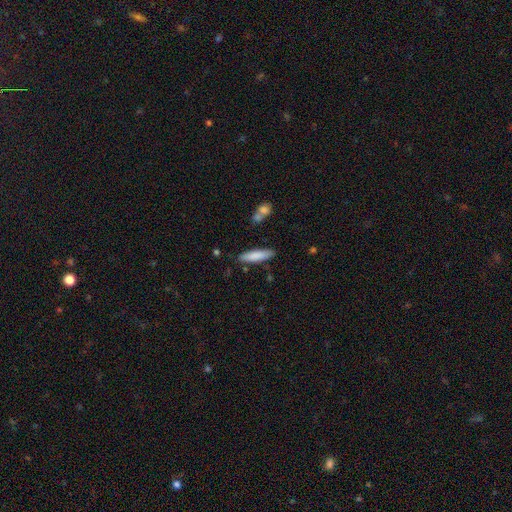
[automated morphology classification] This is clearly a smooth galaxy (82%). How rounded: likely cigar-shaped (72%). Merging: clearly none (82%).